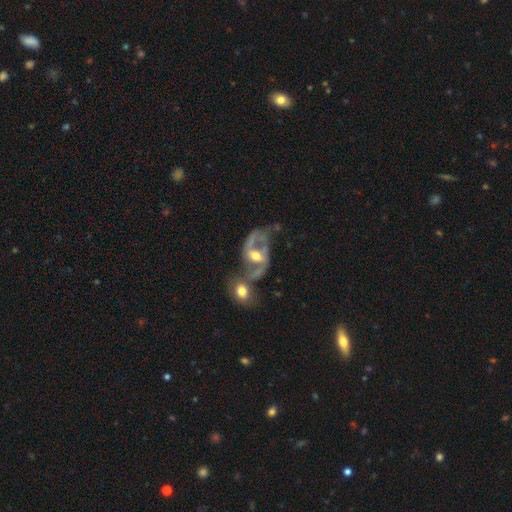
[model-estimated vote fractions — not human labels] Smooth or featured? featured or disk (81%)
Edge-on disk? no (96%)
Bar? weak (41%)
Spiral arms? yes (85%)
Spiral winding? loose (50%)
Spiral arm count? 2 (84%)
Bulge size? moderate (69%)
Merging? merger (40%)